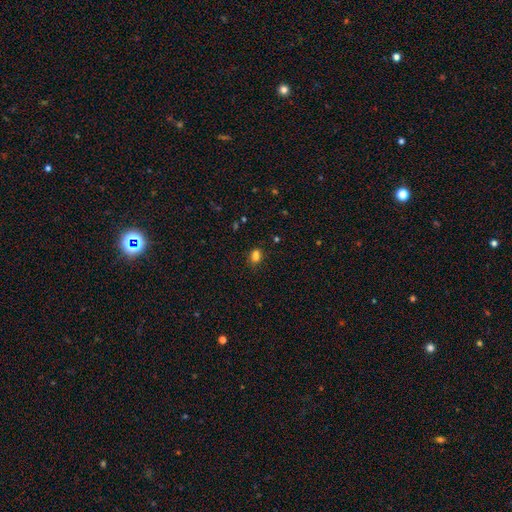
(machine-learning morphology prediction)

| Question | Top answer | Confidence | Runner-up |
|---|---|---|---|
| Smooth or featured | smooth | 74% | star or artifact (20%) |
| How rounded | in between | 68% | round (29%) |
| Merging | none | 65% | minor disturbance (16%) |